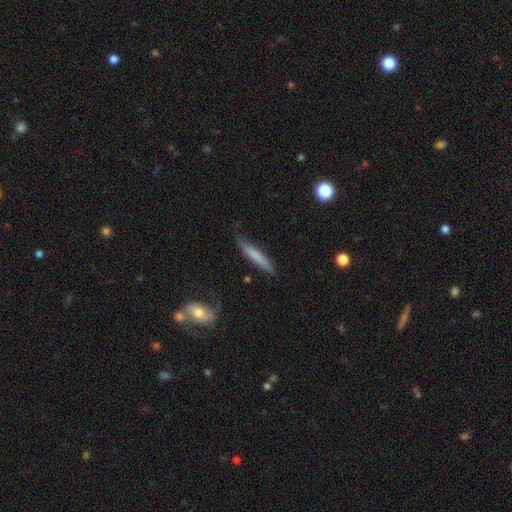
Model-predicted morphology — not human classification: A smooth galaxy with no disk features (68%) that is cigar-shaped (93%).

Vote fractions:
- Smooth or featured? smooth: 68% / featured or disk: 27% / star or artifact: 5%
- How rounded? cigar-shaped: 93% / in between: 5% / round: 2%
- Merging? none: 78% / minor disturbance: 17% / major disturbance: 3% / merger: 2%